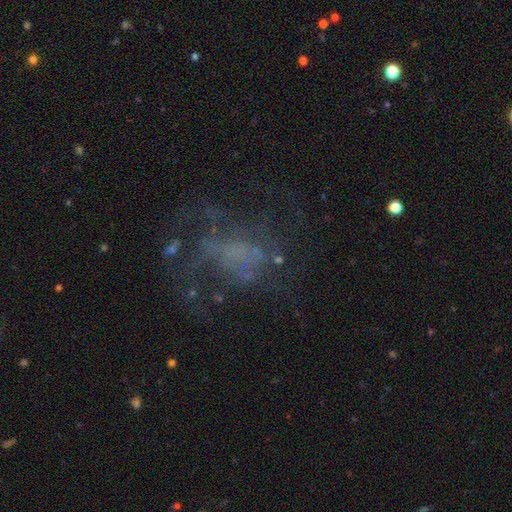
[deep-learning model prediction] smooth_or_featured: featured or disk (p=0.55) [alt: star or artifact p=0.24]
disk_edge_on: no (p=0.97) [alt: yes p=0.03]
bar: no (p=0.82) [alt: weak p=0.14]
has_spiral_arms: no (p=0.69) [alt: yes p=0.31]
bulge_size: none (p=0.71) [alt: small p=0.15]
merging: none (p=0.46) [alt: major disturbance p=0.35]